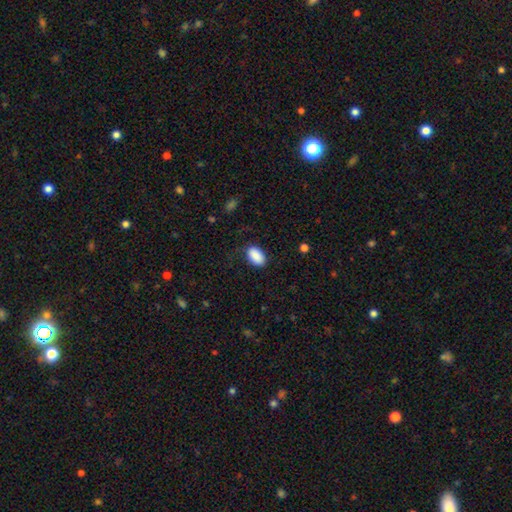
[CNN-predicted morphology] smooth 90%, star or artifact 7%, featured or disk 3%. Down the decision tree: how rounded — in between (93%); merging — none (79%).